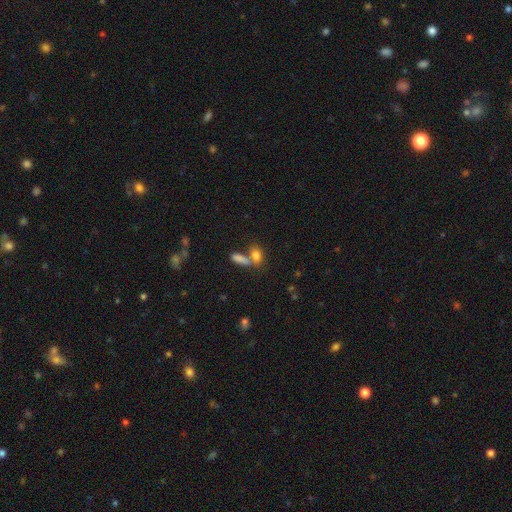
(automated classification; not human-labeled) Smooth or featured? smooth (79%)
How rounded? in between (75%)
Merging? merger (44%)